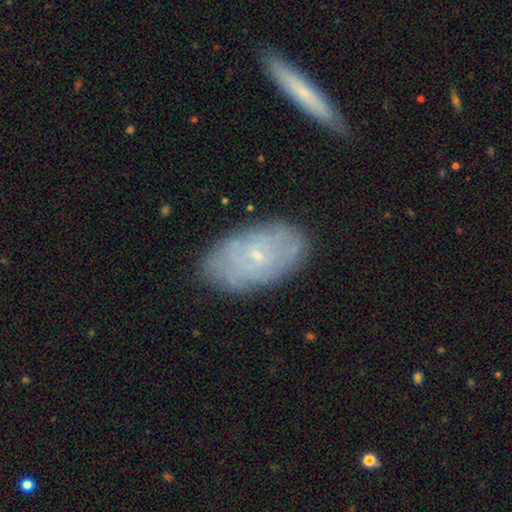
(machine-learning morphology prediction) The model was most divided on "smooth or featured": featured or disk: 53%, smooth: 39%, star or artifact: 8%. More confident: edge-on disk — no (92%); merging — none (78%).